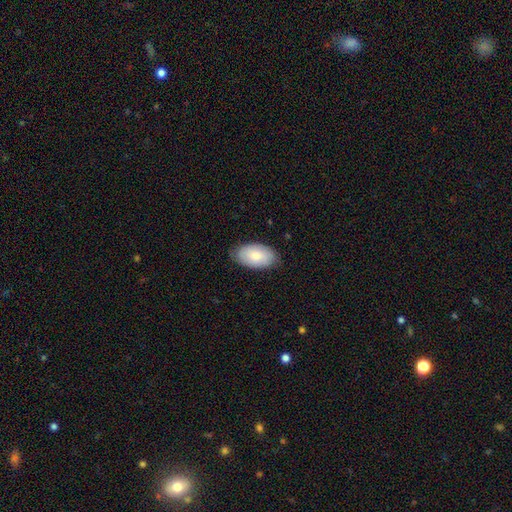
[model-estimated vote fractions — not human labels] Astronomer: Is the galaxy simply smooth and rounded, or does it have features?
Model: smooth — 81%.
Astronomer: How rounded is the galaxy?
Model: in between — 95%.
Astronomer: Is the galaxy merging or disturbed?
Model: none — 79%.